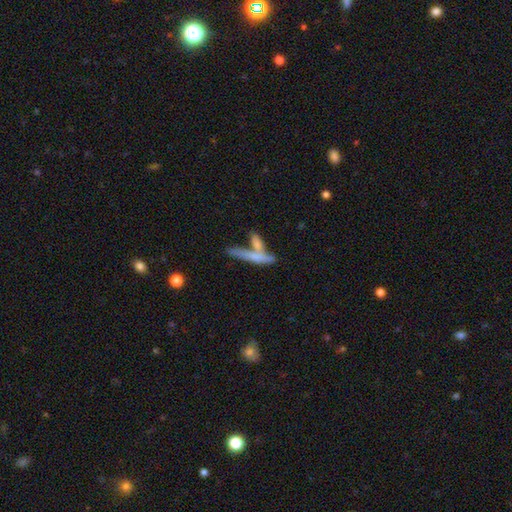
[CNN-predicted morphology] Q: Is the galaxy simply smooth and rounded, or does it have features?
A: smooth — 59%.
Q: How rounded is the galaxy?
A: cigar-shaped — 85%.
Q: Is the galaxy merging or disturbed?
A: none — 45%.